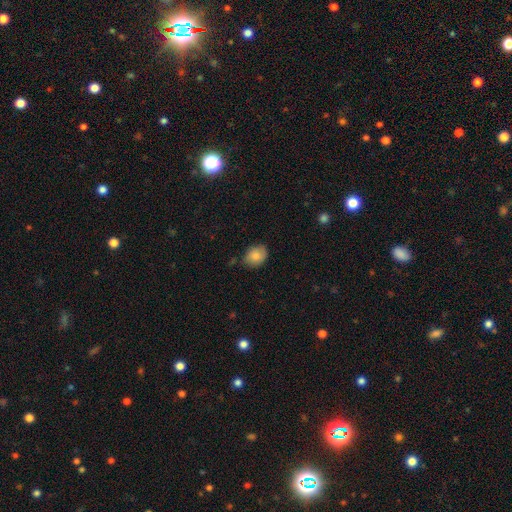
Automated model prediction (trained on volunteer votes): This is clearly a smooth galaxy (83%). How rounded: possibly in between (58%). Merging: likely none (75%).